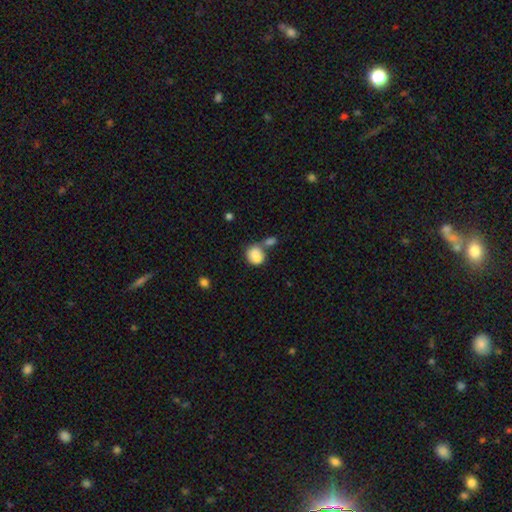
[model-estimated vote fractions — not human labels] A smooth galaxy with no disk features (85%) that is round (65%). Merging: merger (41%).